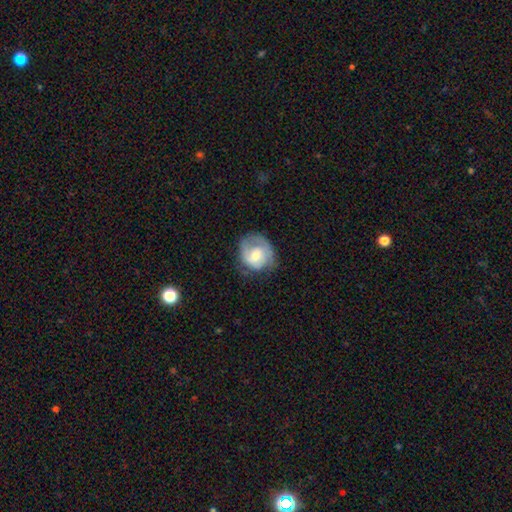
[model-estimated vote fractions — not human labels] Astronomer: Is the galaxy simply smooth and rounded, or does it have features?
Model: featured or disk — 57% (runner-up: smooth, 36%).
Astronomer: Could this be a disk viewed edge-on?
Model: no — 97%.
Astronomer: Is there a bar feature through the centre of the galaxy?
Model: no — 53% (runner-up: weak, 39%).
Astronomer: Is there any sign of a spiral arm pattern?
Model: yes — 81%.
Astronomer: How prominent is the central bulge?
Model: moderate — 54% (runner-up: small, 33%).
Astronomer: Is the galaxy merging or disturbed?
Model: none — 60%.